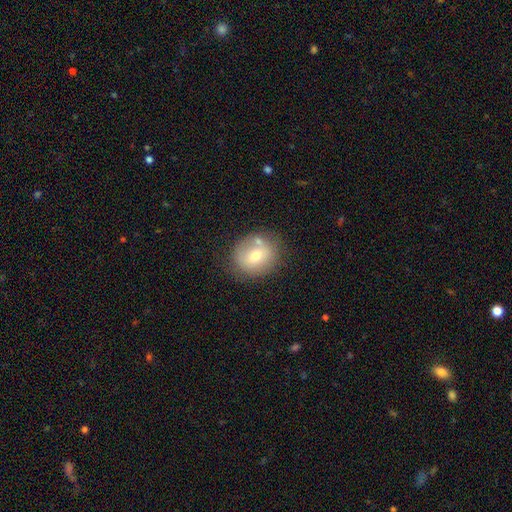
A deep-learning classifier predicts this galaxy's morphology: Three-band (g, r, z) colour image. It shows a smooth galaxy with no disk features (63%) that is round (78%). Merging: none (69%).